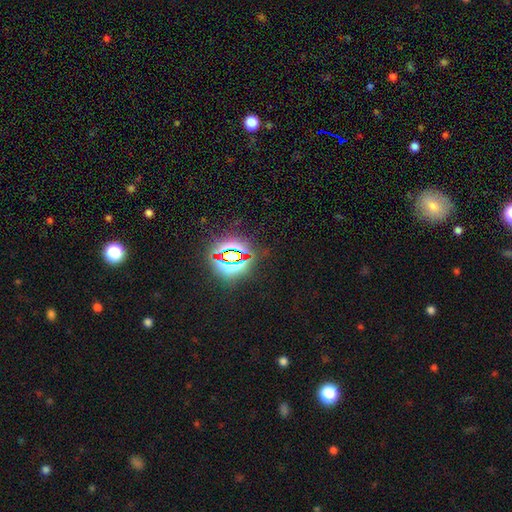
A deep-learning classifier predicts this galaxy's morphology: This is clearly a star or artifact rather than a galaxy (80%).